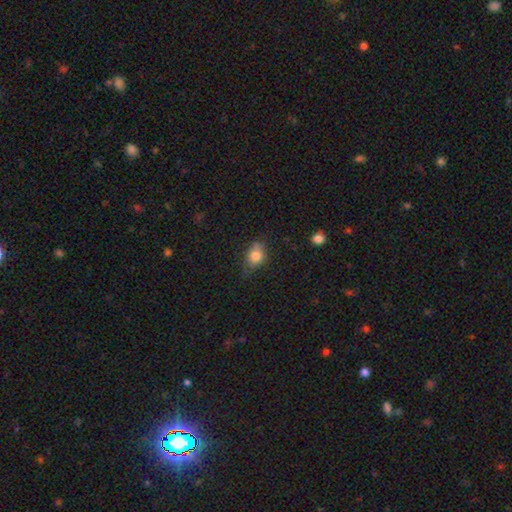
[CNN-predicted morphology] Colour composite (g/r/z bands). It shows a smooth galaxy with no disk features (80%) that is in between round and cigar-shaped (67%). Merging: none (58%).